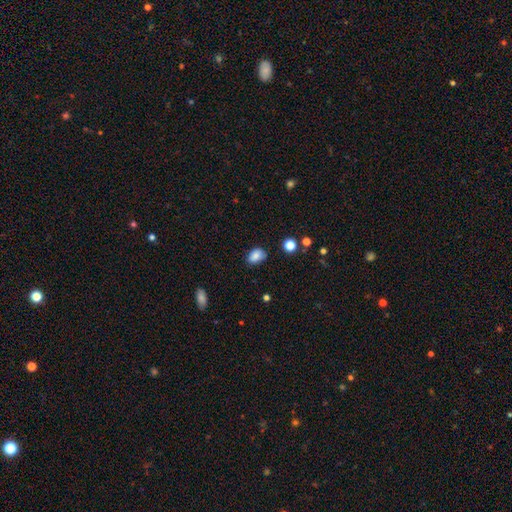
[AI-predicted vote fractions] A smooth galaxy with no disk features (85%) that is in between round and cigar-shaped (82%). Merging: none (73%).